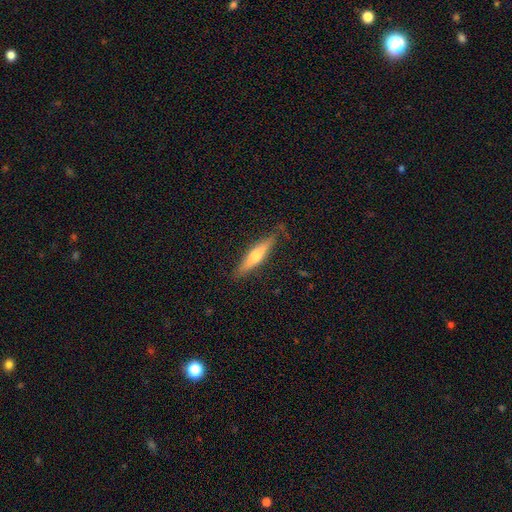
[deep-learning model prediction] Morphology: type=smooth (49%); merging=none (80%).